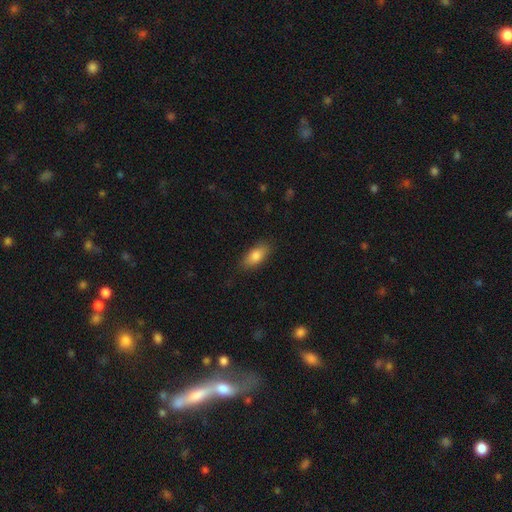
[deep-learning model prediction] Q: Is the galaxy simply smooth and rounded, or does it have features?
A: smooth — 81%.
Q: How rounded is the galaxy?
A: in between — 85%.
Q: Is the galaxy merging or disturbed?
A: none — 82%.